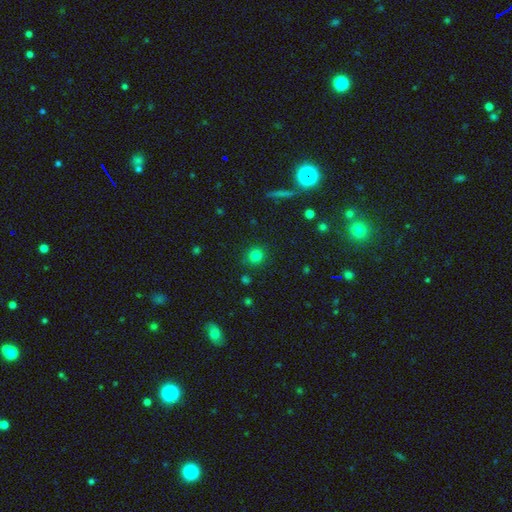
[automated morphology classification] Smooth or featured: smooth — 80% (star or artifact — 14%)
How rounded: round — 91% (in between — 8%)
Merging: none — 87% (minor disturbance — 9%)